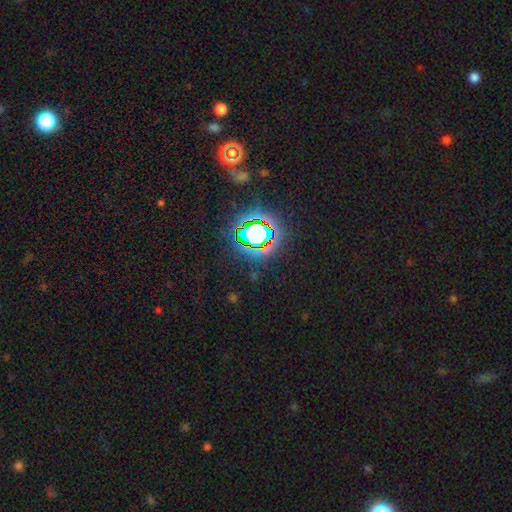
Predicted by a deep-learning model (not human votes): Smooth or featured: star or artifact — 75% (smooth — 15%)